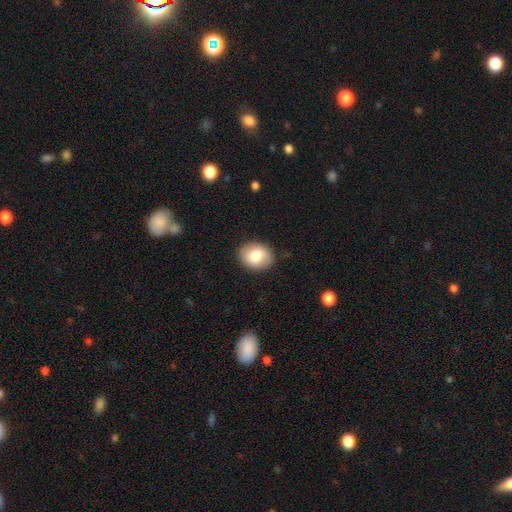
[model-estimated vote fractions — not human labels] smooth-or-featured: smooth: 79% | featured or disk: 14% | star or artifact: 7%
  how-rounded: in between: 56% | round: 43% | cigar-shaped: 1%
  merging: none: 88% | minor disturbance: 9% | major disturbance: 2% | merger: 1%